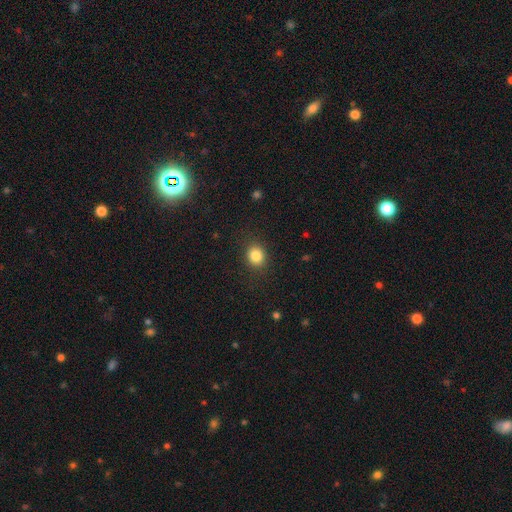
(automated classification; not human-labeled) Overall: smooth (84%). How rounded: round (76%). Merging: none (88%).